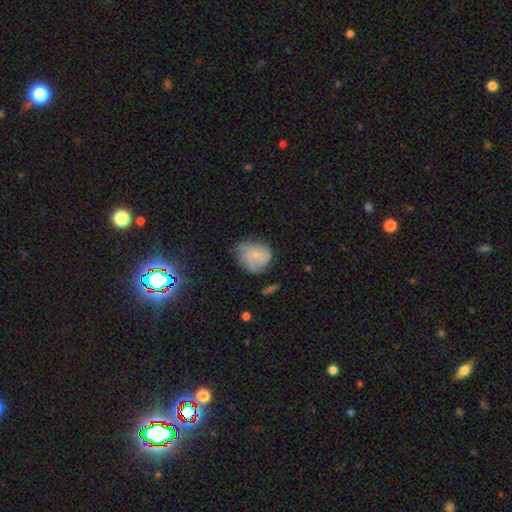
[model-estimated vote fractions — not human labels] This appears to be a smooth galaxy with no disk features (62%) that is round (67%). Merging: none (47%).